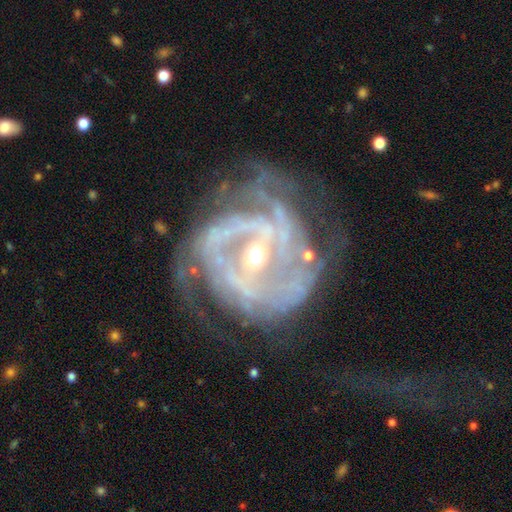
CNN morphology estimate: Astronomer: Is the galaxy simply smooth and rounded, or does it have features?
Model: featured or disk — 90%.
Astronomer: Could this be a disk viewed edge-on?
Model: no — 97%.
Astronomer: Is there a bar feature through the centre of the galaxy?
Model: weak — 38% (runner-up: strong, 34%).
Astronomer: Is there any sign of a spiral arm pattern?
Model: yes — 96%.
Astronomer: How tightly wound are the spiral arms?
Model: tight — 54% (runner-up: medium, 36%).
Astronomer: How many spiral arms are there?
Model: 2 — 39% (runner-up: can't tell, 21%).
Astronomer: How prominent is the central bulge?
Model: small — 67%.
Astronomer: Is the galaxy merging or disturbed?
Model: none — 57%.